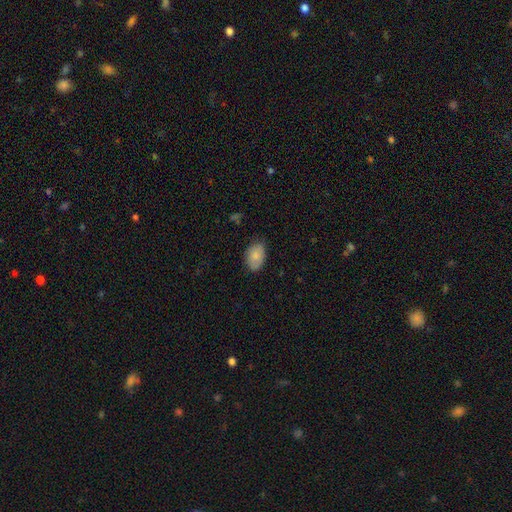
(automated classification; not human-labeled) Smooth or featured? Predicted: smooth (p=0.83). How rounded? Predicted: in between (p=0.87). Merging? Predicted: none (p=0.75).